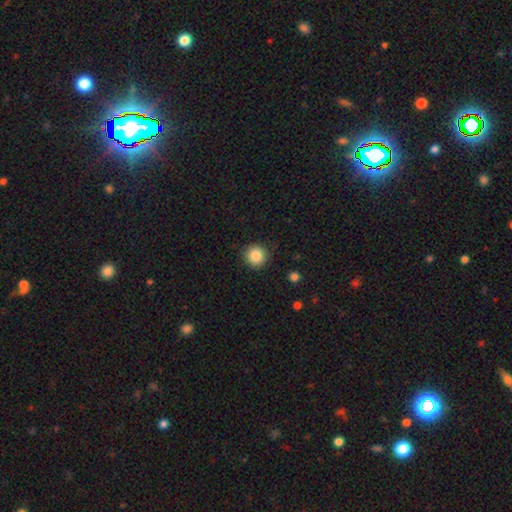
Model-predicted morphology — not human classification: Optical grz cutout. It shows a smooth galaxy with no disk features (85%) that is round (94%). Merging: none (90%).